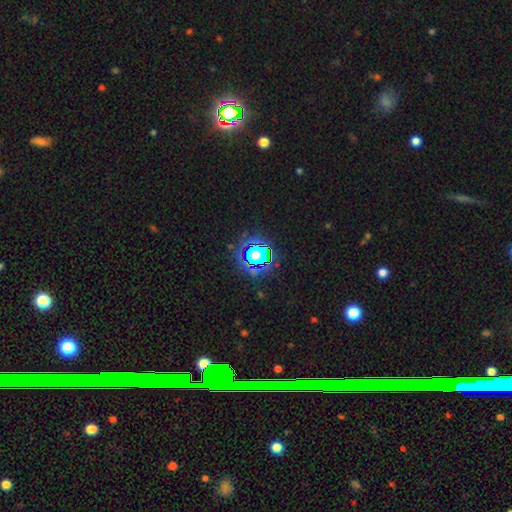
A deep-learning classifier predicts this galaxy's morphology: star or artifact 58%, smooth 30%, featured or disk 12%.